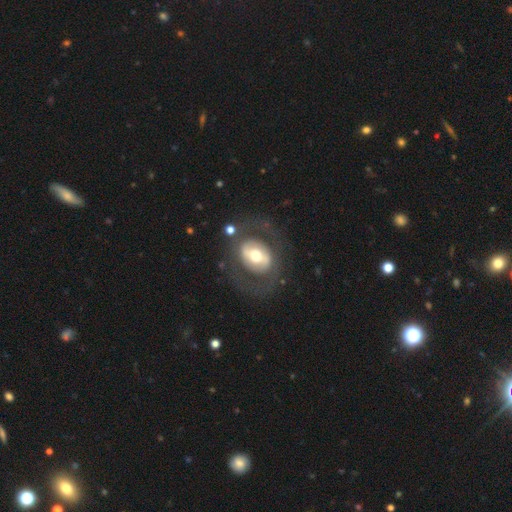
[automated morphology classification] featured or disk 60%, smooth 33%, star or artifact 6%. Down the decision tree: edge-on disk — no (94%); bar — no (37%); spiral arms — no (65%); bulge size — moderate (67%); merging — none (70%).